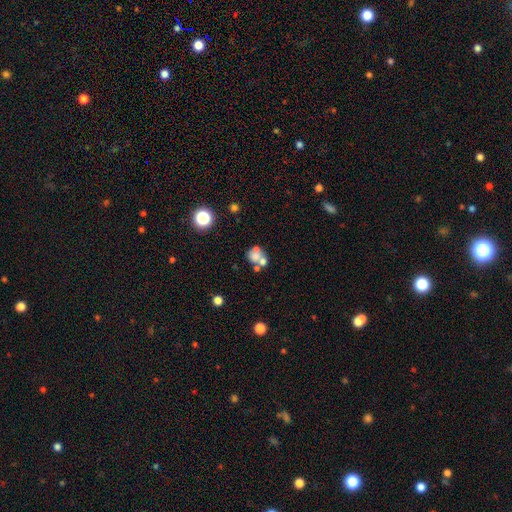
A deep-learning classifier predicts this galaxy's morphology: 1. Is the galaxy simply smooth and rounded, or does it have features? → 59% smooth, 26% featured or disk, 14% star or artifact.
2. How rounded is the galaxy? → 67% round, 32% in between, 1% cigar-shaped.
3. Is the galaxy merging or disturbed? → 48% merger, 33% none, 11% minor disturbance, 9% major disturbance.